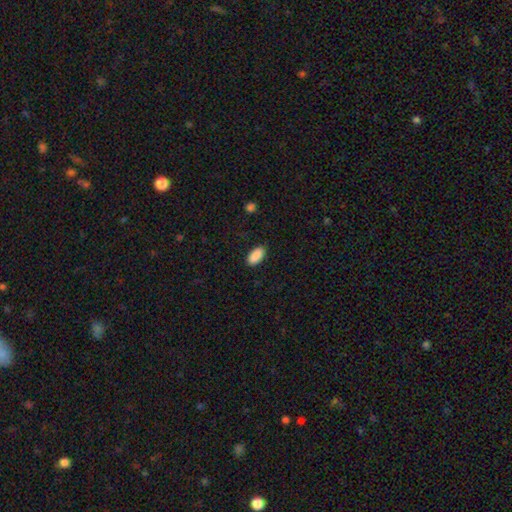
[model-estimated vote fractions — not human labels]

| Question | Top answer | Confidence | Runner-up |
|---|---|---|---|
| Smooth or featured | smooth | 90% | star or artifact (7%) |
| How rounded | in between | 92% | cigar-shaped (6%) |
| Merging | none | 88% | minor disturbance (9%) |